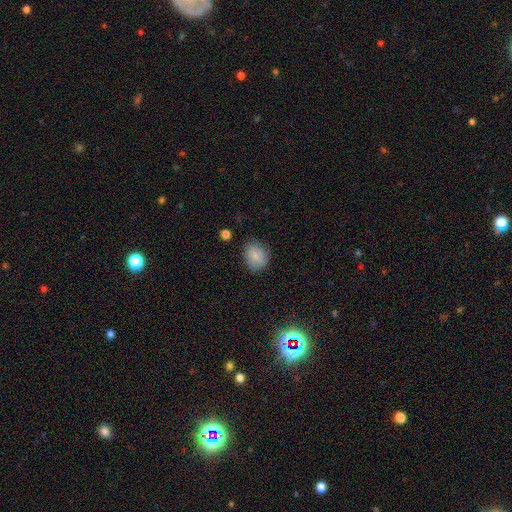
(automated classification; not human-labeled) smooth-or-featured: smooth: 81% | featured or disk: 10% | star or artifact: 9%
  how-rounded: round: 50% | in between: 49% | cigar-shaped: 1%
  merging: none: 74% | minor disturbance: 20% | major disturbance: 5% | merger: 2%